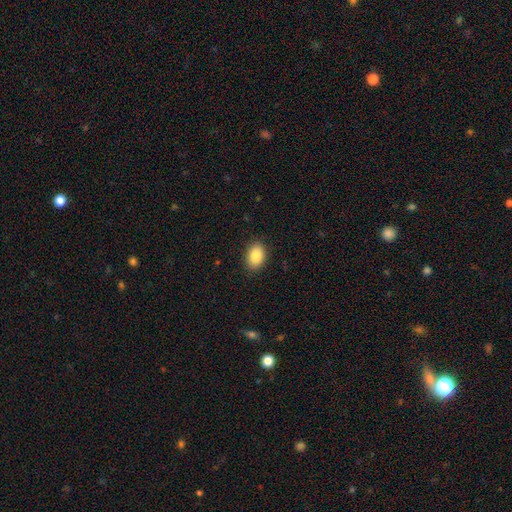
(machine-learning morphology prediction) smooth 87%, star or artifact 8%, featured or disk 5%. Down the decision tree: how rounded — in between (83%); merging — none (89%).